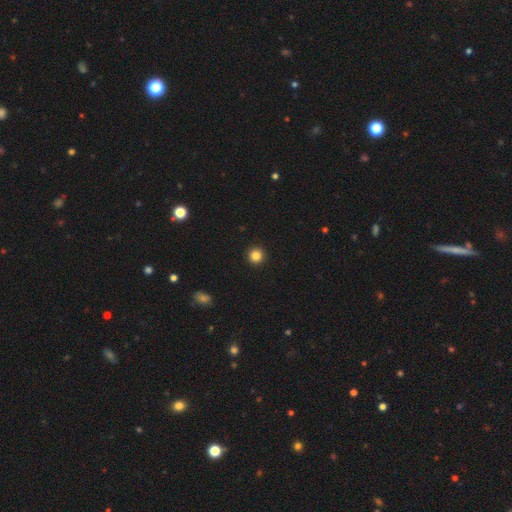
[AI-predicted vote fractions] smooth_or_featured: smooth (p=0.85) [alt: star or artifact p=0.11]
how_rounded: round (p=0.96) [alt: in between p=0.03]
merging: none (p=0.94) [alt: minor disturbance p=0.04]